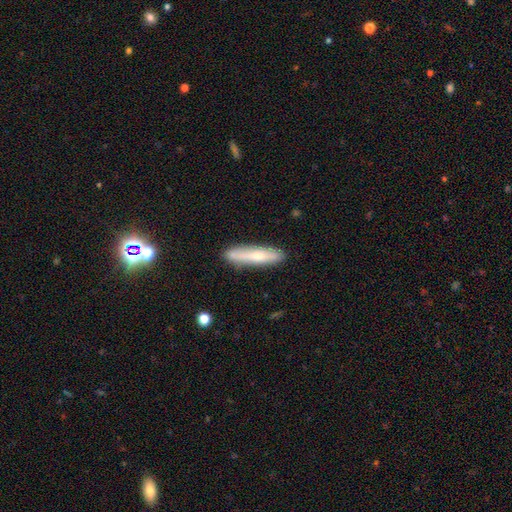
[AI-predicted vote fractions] The model was most divided on "smooth or featured": smooth: 66%, featured or disk: 28%, star or artifact: 6%. More confident: how rounded — cigar-shaped (88%); merging — none (84%).